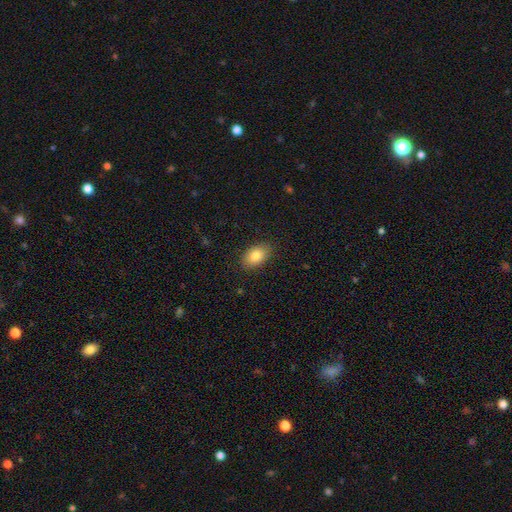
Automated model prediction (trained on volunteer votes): smooth_or_featured: smooth (p=0.83) [alt: featured or disk p=0.10]
how_rounded: in between (p=0.90) [alt: round p=0.08]
merging: none (p=0.87) [alt: minor disturbance p=0.10]